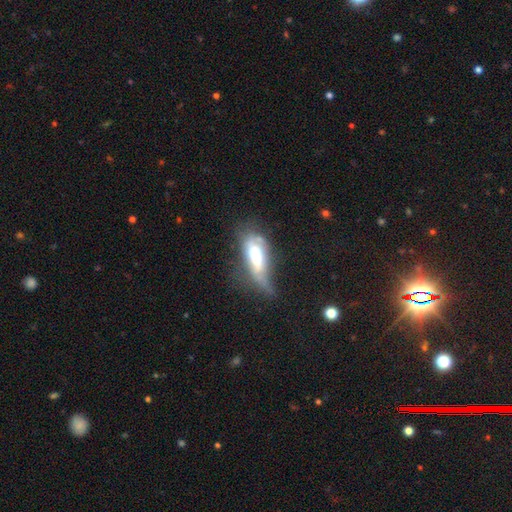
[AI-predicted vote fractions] Smooth or featured: smooth — 48% (featured or disk — 43%)
Merging: major disturbance — 38% (minor disturbance — 30%)